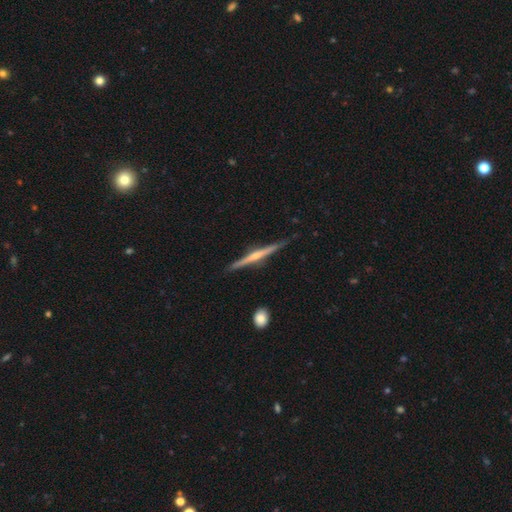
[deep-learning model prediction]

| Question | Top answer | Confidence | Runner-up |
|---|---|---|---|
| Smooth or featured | featured or disk | 76% | smooth (19%) |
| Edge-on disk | yes | 98% | no (2%) |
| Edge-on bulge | rounded | 70% | none (21%) |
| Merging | none | 87% | minor disturbance (10%) |